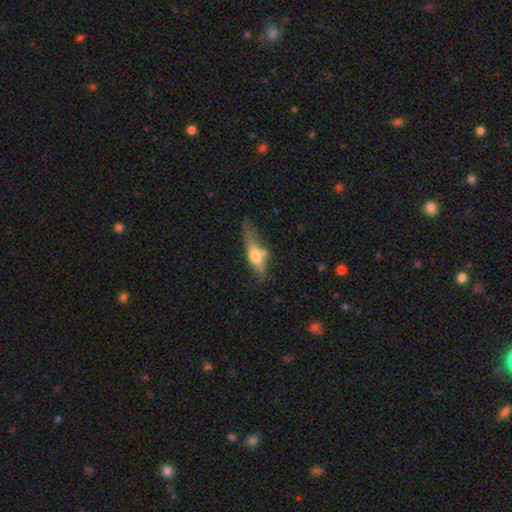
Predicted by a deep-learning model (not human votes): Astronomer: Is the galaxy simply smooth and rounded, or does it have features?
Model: smooth — 54% (runner-up: featured or disk, 39%).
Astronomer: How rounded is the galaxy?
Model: cigar-shaped — 50% (runner-up: in between, 46%).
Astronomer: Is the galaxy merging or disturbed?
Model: none — 43% (runner-up: minor disturbance, 29%).